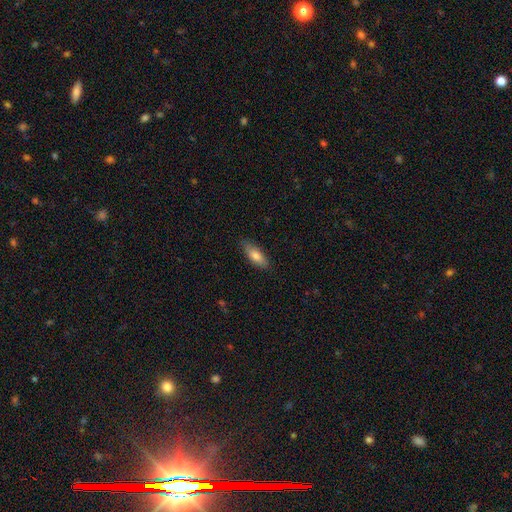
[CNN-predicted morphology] This appears to be a smooth galaxy with no disk features (77%) that is in between round and cigar-shaped (73%). Merging: none (83%).